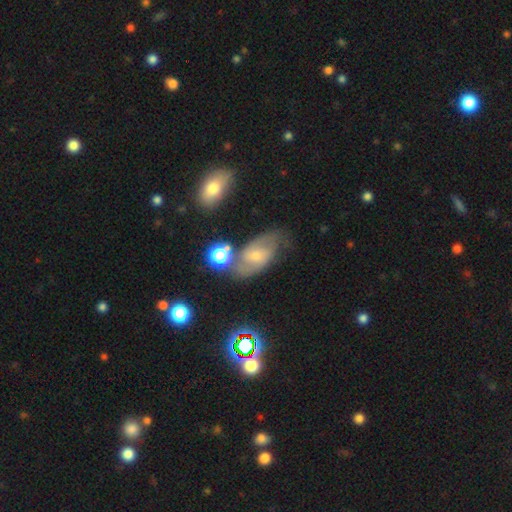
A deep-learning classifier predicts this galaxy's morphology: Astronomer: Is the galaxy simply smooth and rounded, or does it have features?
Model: featured or disk — 65%.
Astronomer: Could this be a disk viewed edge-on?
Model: no — 94%.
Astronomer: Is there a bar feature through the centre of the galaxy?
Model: no — 50% (runner-up: weak, 40%).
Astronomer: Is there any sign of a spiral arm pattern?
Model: yes — 87%.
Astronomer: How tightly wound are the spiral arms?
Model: medium — 48% (runner-up: tight, 27%).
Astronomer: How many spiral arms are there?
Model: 2 — 76%.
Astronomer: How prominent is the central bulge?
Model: small — 60%.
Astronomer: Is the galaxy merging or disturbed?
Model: none — 57%.